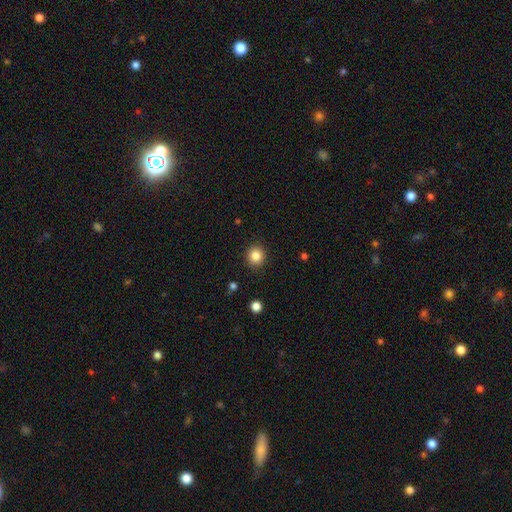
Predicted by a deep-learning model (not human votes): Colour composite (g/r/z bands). It shows a smooth galaxy with no disk features (85%) that is round (88%). Merging: none (90%).